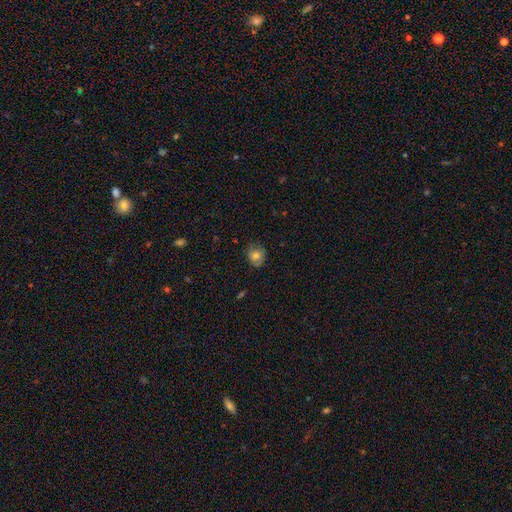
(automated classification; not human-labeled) Smooth or featured? Predicted: smooth (p=0.75). How rounded? Predicted: round (p=0.69). Merging? Predicted: none (p=0.72).